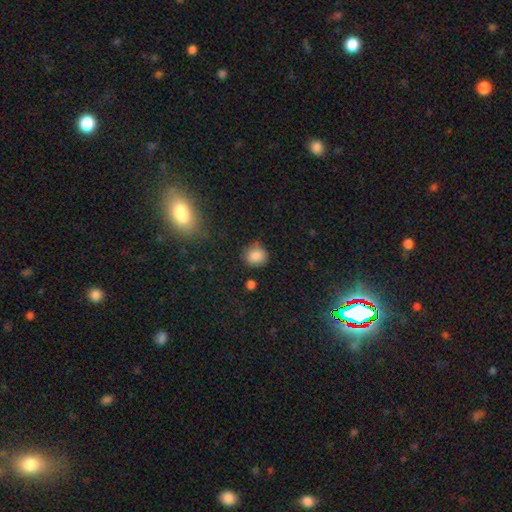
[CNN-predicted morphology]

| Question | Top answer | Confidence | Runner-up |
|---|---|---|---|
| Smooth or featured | smooth | 84% | star or artifact (10%) |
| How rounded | round | 80% | in between (19%) |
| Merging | none | 72% | minor disturbance (20%) |